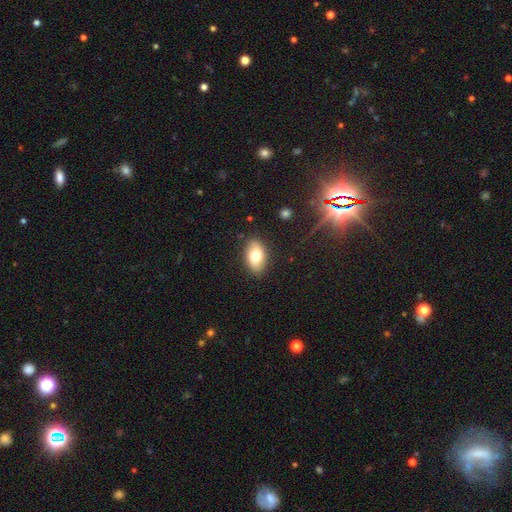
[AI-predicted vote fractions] A smooth galaxy with no disk features (72%) that is in between round and cigar-shaped (91%).

Vote fractions:
- Smooth or featured? smooth: 72% / featured or disk: 20% / star or artifact: 8%
- How rounded? in between: 91% / round: 7% / cigar-shaped: 2%
- Merging? none: 85% / minor disturbance: 11% / major disturbance: 3% / merger: 1%